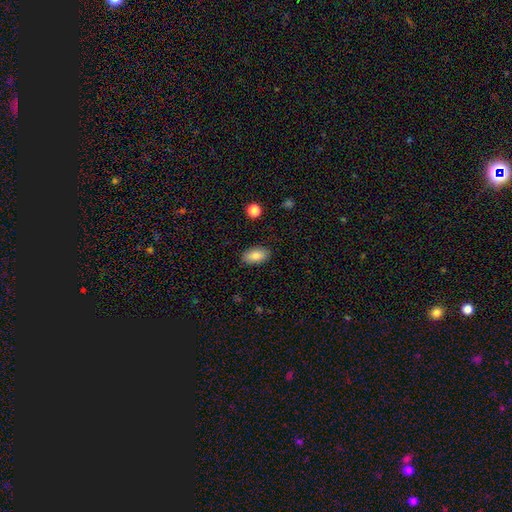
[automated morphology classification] Overall: smooth (84%). How rounded: in between (93%). Merging: none (87%).